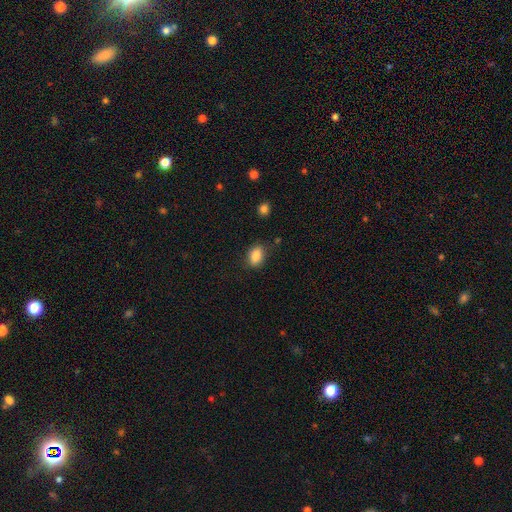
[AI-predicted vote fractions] This appears to be a smooth galaxy with no disk features (86%) that is in between round and cigar-shaped (82%). Merging: none (80%).